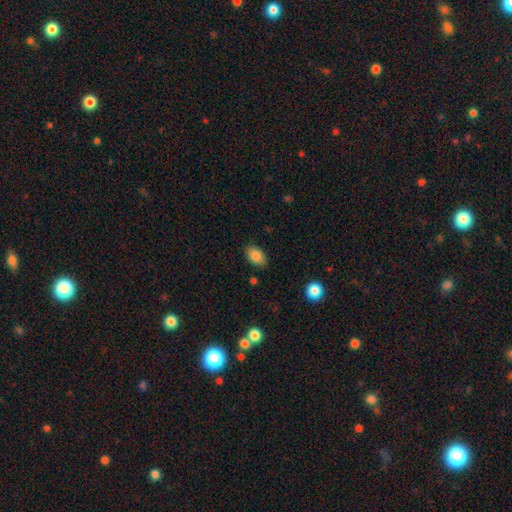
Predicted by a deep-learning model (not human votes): smooth 86%, star or artifact 8%, featured or disk 6%. Down the decision tree: how rounded — in between (87%); merging — none (84%).